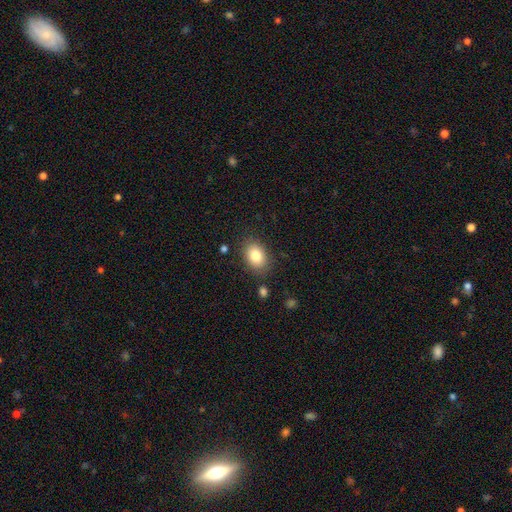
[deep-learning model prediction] Smooth or featured? Predicted: smooth (p=0.83). How rounded? Predicted: in between (p=0.78). Merging? Predicted: none (p=0.83).